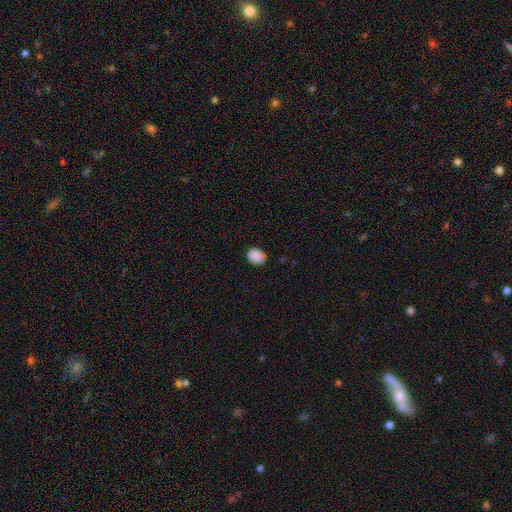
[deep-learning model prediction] Morphology: type=smooth (89%); roundness=in between (65%); merging=none (86%).